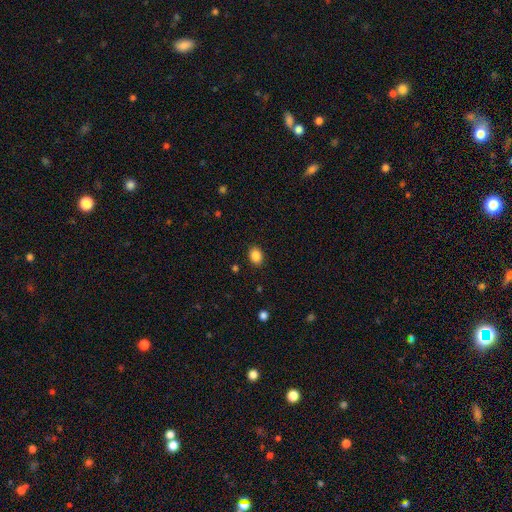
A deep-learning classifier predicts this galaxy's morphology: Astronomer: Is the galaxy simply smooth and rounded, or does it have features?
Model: smooth — 87%.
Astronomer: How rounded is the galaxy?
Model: in between — 52% (runner-up: round, 47%).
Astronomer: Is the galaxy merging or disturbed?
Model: none — 89%.